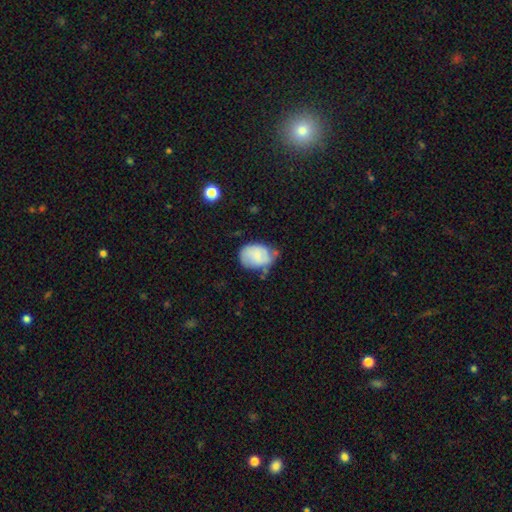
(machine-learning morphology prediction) A smooth galaxy with no disk features (73%) that is in between round and cigar-shaped (70%). Merging: none (47%).